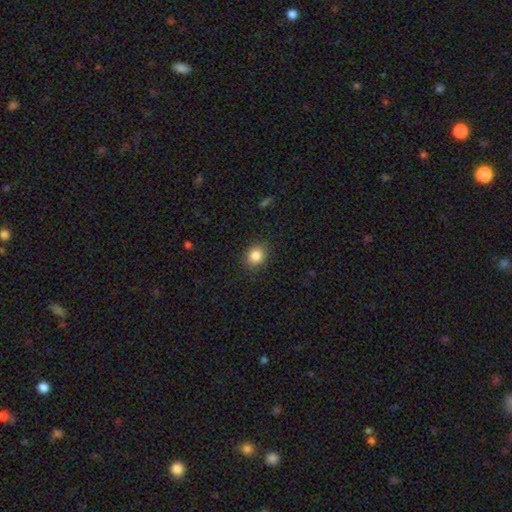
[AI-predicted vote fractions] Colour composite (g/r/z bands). It shows a smooth galaxy with no disk features (86%) that is round (61%). Merging: none (88%).